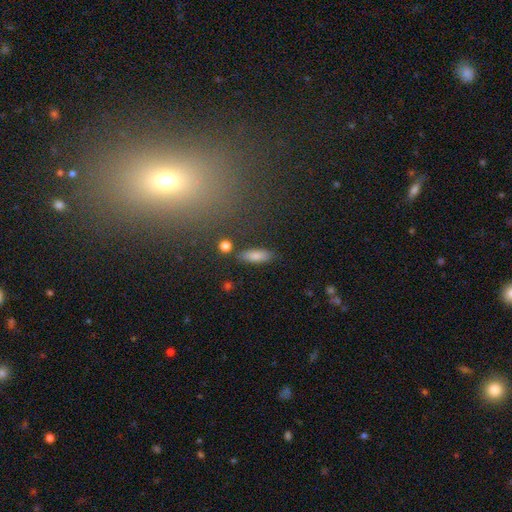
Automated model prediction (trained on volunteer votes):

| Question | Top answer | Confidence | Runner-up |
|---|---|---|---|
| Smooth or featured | smooth | 82% | featured or disk (9%) |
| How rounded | in between | 64% | cigar-shaped (33%) |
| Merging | none | 82% | minor disturbance (11%) |